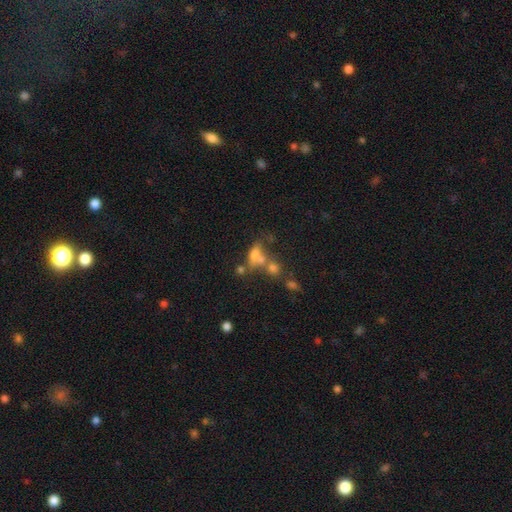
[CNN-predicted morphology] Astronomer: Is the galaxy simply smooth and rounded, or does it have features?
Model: smooth — 61%.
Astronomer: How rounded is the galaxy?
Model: in between — 72%.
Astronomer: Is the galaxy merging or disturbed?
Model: merger — 48% (runner-up: none, 28%).